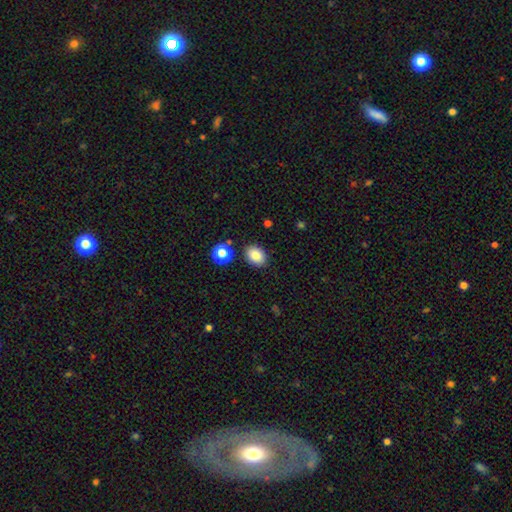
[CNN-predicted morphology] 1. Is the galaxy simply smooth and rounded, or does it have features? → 86% smooth, 9% star or artifact, 5% featured or disk.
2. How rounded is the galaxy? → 71% in between, 28% round, 1% cigar-shaped.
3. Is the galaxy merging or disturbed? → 85% none, 9% minor disturbance, 3% merger, 2% major disturbance.